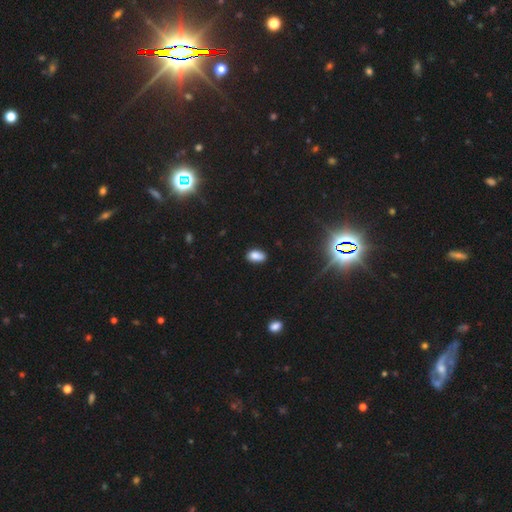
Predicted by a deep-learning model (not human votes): Smooth or featured?
  - smooth: 85% *
  - star or artifact: 10%
  - featured or disk: 5%
How rounded?
  - in between: 92% *
  - round: 6%
  - cigar-shaped: 3%
Merging?
  - none: 82% *
  - minor disturbance: 14%
  - major disturbance: 2%
  - merger: 1%